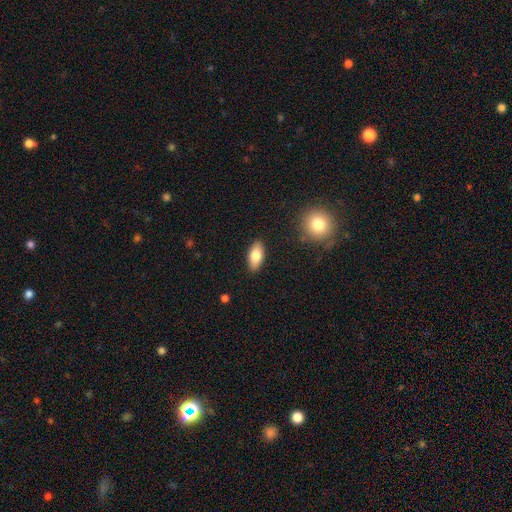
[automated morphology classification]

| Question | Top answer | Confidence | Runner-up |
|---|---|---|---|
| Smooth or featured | smooth | 78% | featured or disk (15%) |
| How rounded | in between | 89% | cigar-shaped (7%) |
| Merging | none | 88% | minor disturbance (8%) |